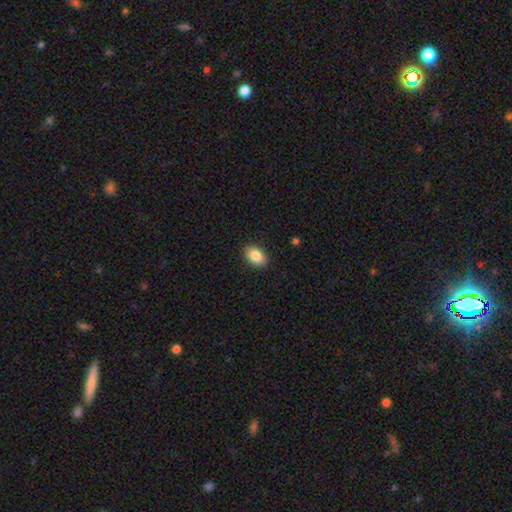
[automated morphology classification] Smooth or featured: smooth — 86% (star or artifact — 7%)
How rounded: in between — 87% (round — 12%)
Merging: none — 89% (minor disturbance — 8%)